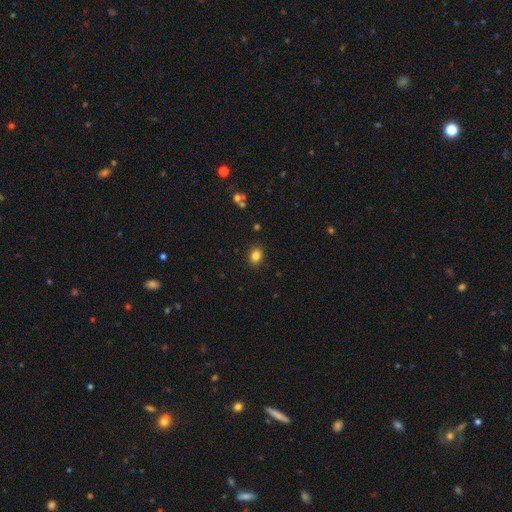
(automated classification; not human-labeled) This appears to be a smooth galaxy with no disk features (83%) that is round (55%). Merging: none (90%).